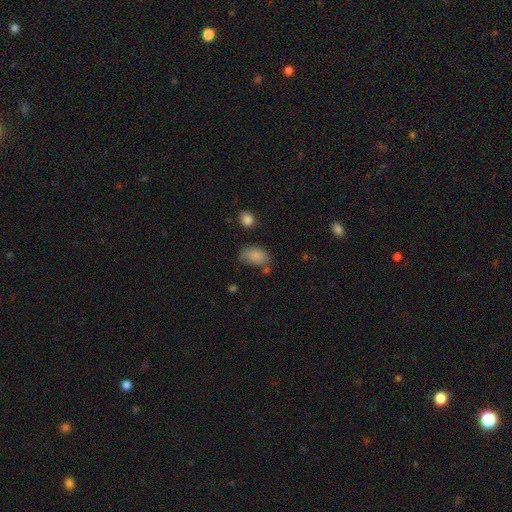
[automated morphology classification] A smooth galaxy with no disk features (83%) that is in between round and cigar-shaped (89%).

Vote fractions:
- Smooth or featured? smooth: 83% / featured or disk: 9% / star or artifact: 8%
- How rounded? in between: 89% / round: 10% / cigar-shaped: 1%
- Merging? none: 52% / minor disturbance: 31% / major disturbance: 10% / merger: 7%